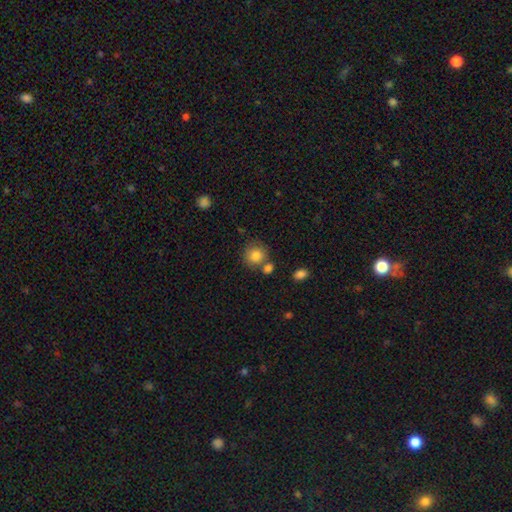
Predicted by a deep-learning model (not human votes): smooth-or-featured: smooth: 83% | star or artifact: 9% | featured or disk: 8%
  how-rounded: round: 86% | in between: 13% | cigar-shaped: 1%
  merging: none: 65% | merger: 20% | minor disturbance: 12% | major disturbance: 4%